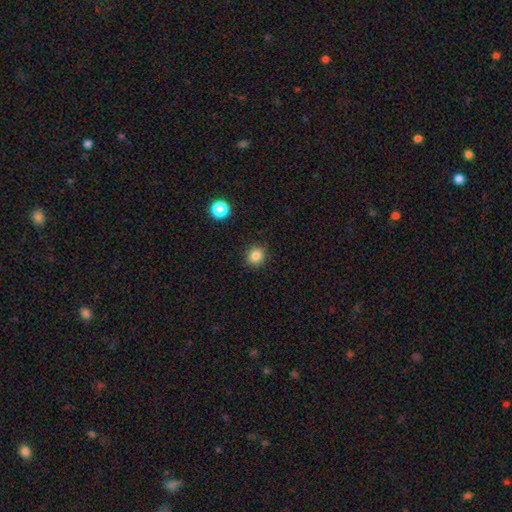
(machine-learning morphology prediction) type=smooth (85%); roundness=round (83%); merging=none (91%).